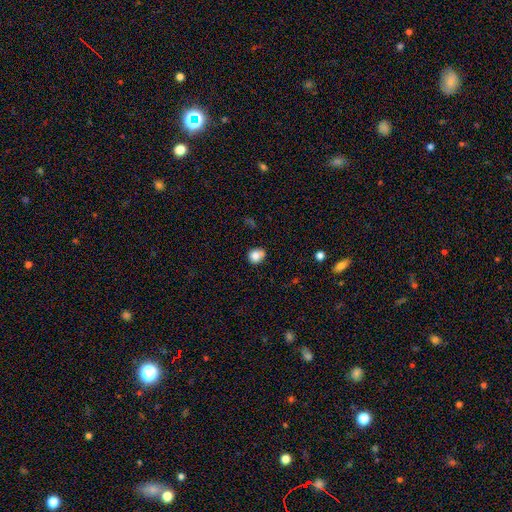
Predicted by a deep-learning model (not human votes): The model was most divided on "merging": none: 59%, minor disturbance: 26%, merger: 9%, major disturbance: 6%. More confident: smooth or featured — smooth (81%); how rounded — round (74%).